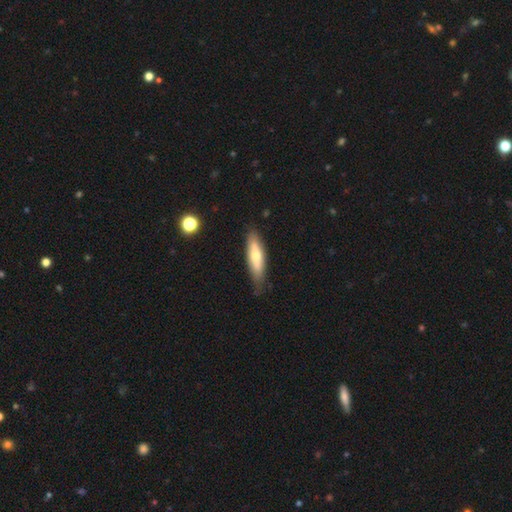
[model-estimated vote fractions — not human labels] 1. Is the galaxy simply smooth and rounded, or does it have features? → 58% smooth, 36% featured or disk, 6% star or artifact.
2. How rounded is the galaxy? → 63% cigar-shaped, 35% in between, 2% round.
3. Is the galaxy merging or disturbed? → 77% none, 18% minor disturbance, 4% major disturbance, 2% merger.